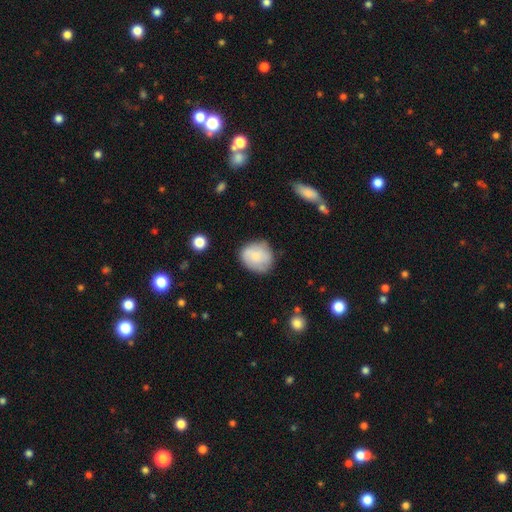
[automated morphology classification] This appears to be a smooth galaxy with no disk features (73%) that is round (77%). Merging: none (70%).